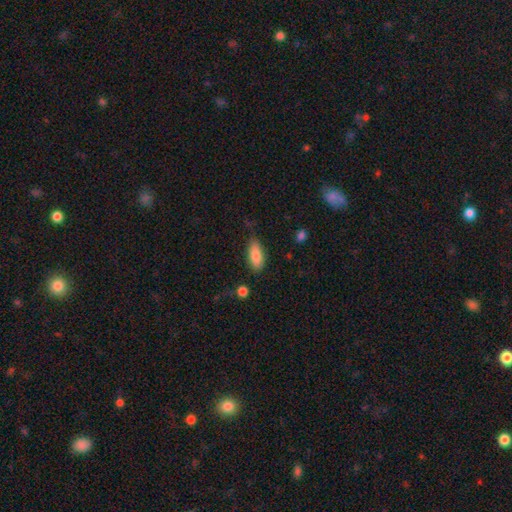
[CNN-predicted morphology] Q: Smooth or featured?
A: smooth (84%); runner-up: featured or disk (9%)
Q: How rounded?
A: in between (82%); runner-up: cigar-shaped (16%)
Q: Merging?
A: none (77%); runner-up: minor disturbance (17%)